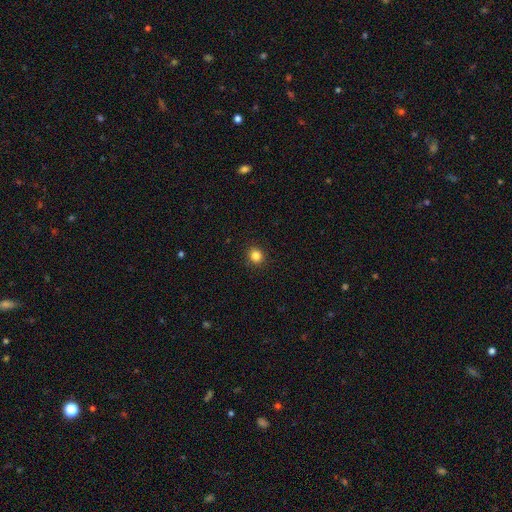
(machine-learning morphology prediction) smooth_or_featured: smooth (p=0.84) [alt: star or artifact p=0.12]
how_rounded: round (p=0.84) [alt: in between p=0.15]
merging: none (p=0.91) [alt: minor disturbance p=0.06]